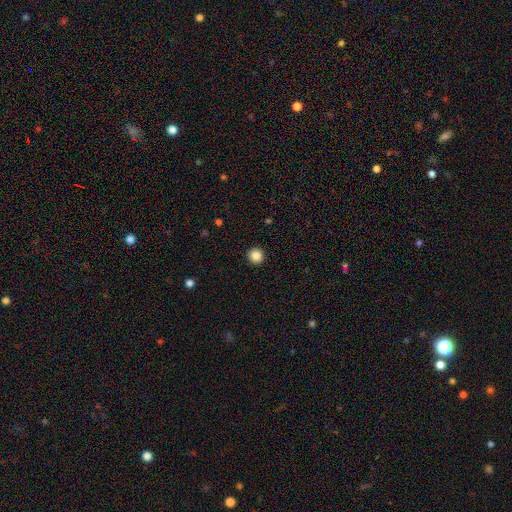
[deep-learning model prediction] Overall: smooth (86%). How rounded: round (95%). Merging: none (94%).